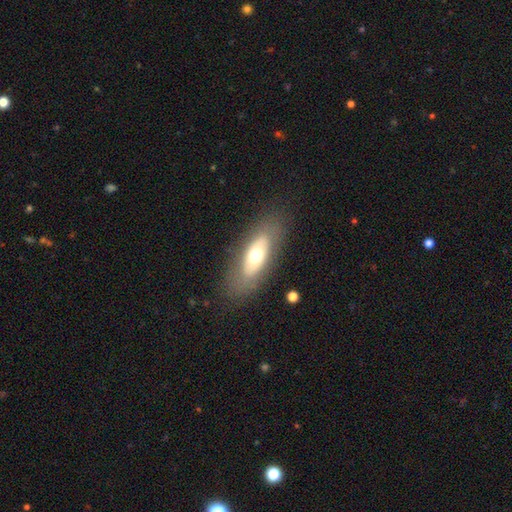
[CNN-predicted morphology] A smooth galaxy with no disk features (52%) that is in between round and cigar-shaped (77%).

Vote fractions:
- Smooth or featured? smooth: 52% / featured or disk: 40% / star or artifact: 8%
- How rounded? in between: 77% / cigar-shaped: 18% / round: 5%
- Merging? none: 81% / minor disturbance: 12% / major disturbance: 6% / merger: 1%